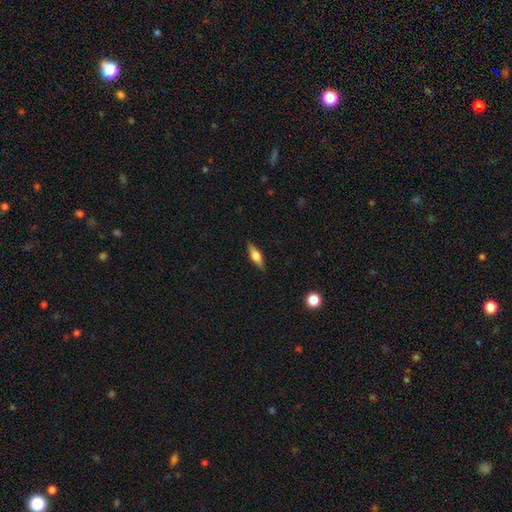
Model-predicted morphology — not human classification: Smooth or featured: featured or disk — 48% (smooth — 45%)
Merging: none — 88% (minor disturbance — 9%)